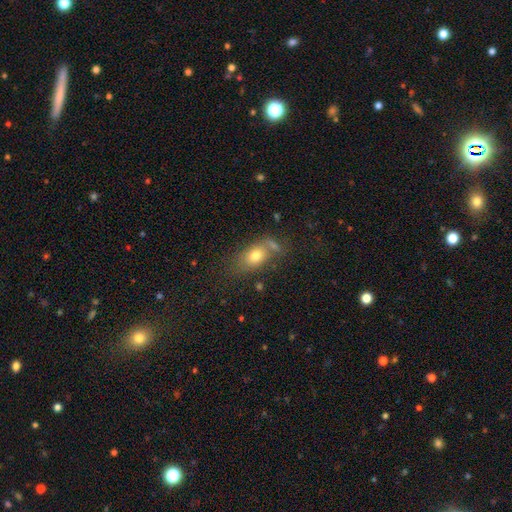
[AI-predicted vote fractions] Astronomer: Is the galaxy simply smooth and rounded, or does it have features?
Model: smooth — 74%.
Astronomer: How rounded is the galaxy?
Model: in between — 79%.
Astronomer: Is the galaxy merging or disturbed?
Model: none — 53%.